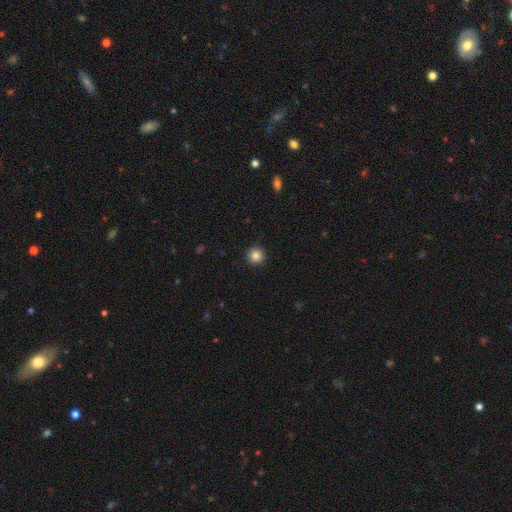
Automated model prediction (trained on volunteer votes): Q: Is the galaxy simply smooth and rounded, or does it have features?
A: smooth — 85%.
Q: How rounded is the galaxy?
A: round — 96%.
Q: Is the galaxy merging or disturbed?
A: none — 92%.